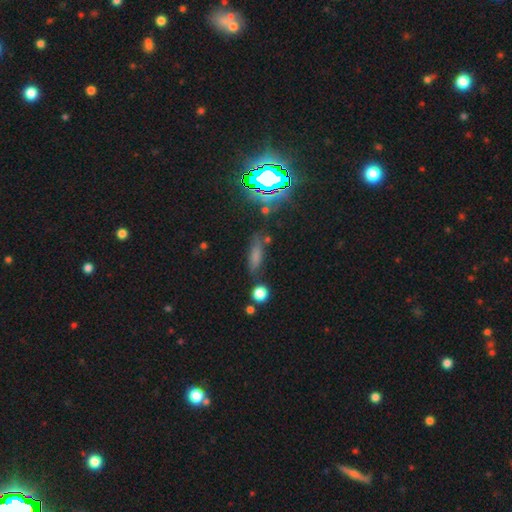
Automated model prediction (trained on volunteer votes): A smooth galaxy with no disk features (61%) that is cigar-shaped (54%). Merging: none (68%).